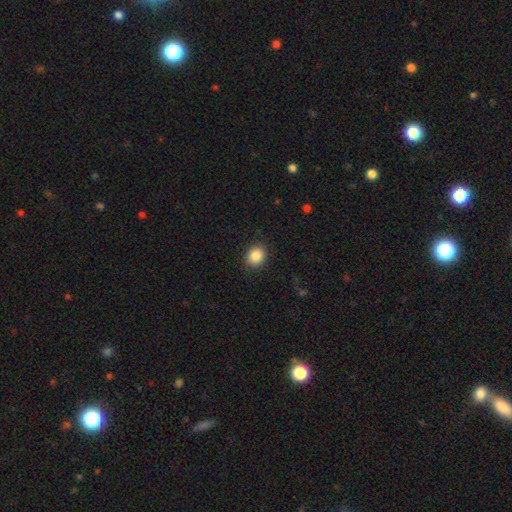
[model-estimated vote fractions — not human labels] Smooth or featured: smooth — 88% (star or artifact — 9%)
How rounded: round — 58% (in between — 41%)
Merging: none — 88% (minor disturbance — 8%)